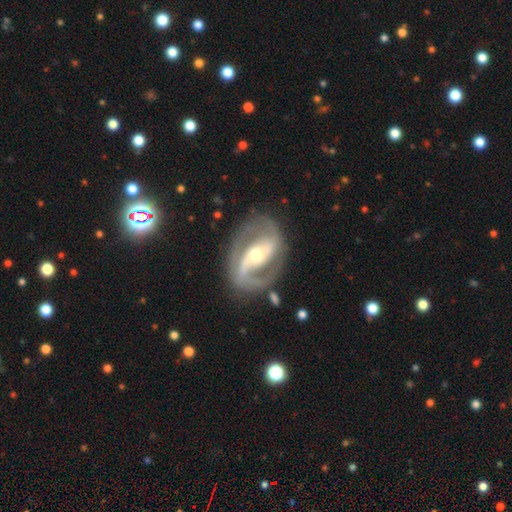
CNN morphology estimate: type=featured or disk (89%); edge-on=no (97%); bar=strong (45%); spiral arms=yes (95%); winding=medium (54%); arm count=2 (90%); bulge=moderate (59%); merging=none (79%).